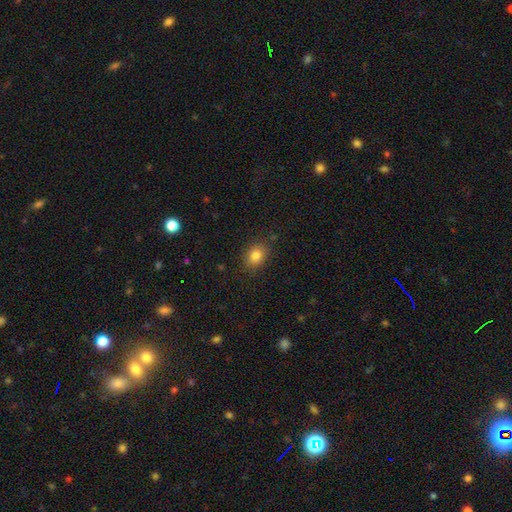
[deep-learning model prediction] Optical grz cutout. It shows a smooth galaxy with no disk features (84%) that is in between round and cigar-shaped (61%). Merging: none (84%).